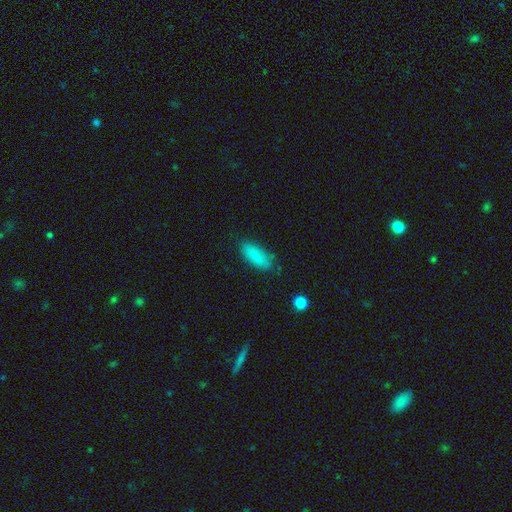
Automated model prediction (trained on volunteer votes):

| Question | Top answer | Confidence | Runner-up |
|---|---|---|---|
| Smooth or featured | smooth | 86% | star or artifact (7%) |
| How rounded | in between | 74% | cigar-shaped (24%) |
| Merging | none | 76% | minor disturbance (18%) |